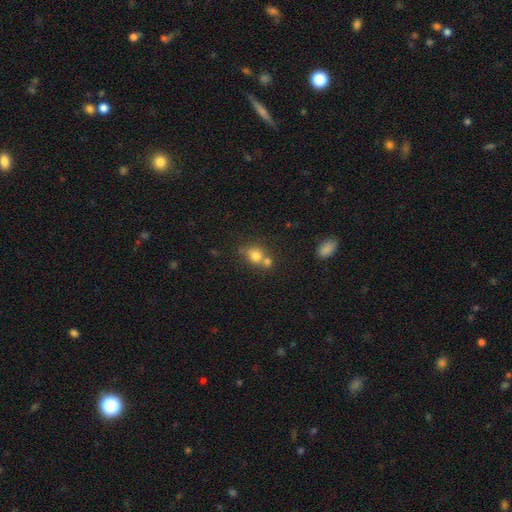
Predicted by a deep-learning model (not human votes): Smooth or featured? Predicted: smooth (p=0.76). How rounded? Predicted: round (p=0.71). Merging? Predicted: none (p=0.45).